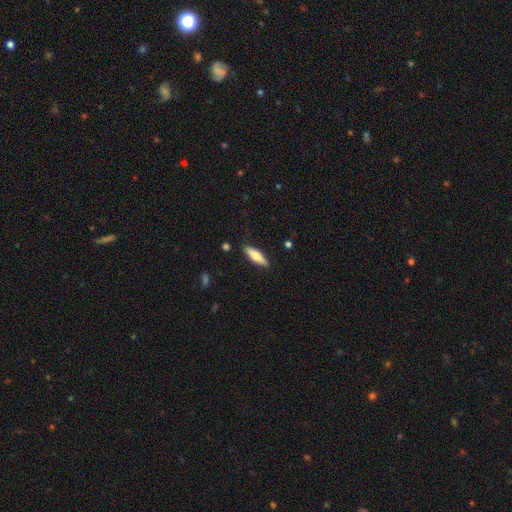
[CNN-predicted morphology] smooth 60%, featured or disk 35%, star or artifact 6%. Down the decision tree: how rounded — cigar-shaped (60%); merging — none (88%).